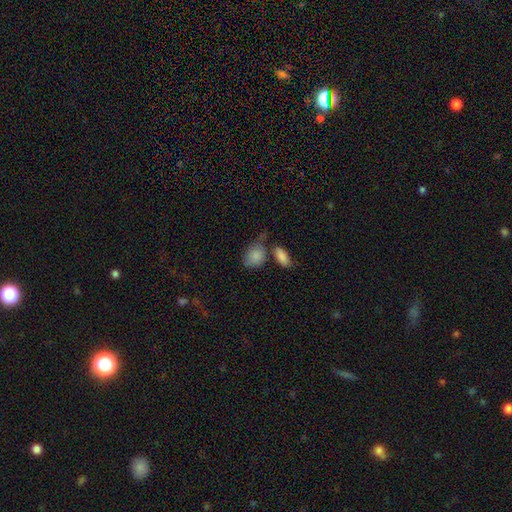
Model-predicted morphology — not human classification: This is clearly a smooth galaxy (86%). How rounded: likely in between (75%). Merging: marginally none (44%).